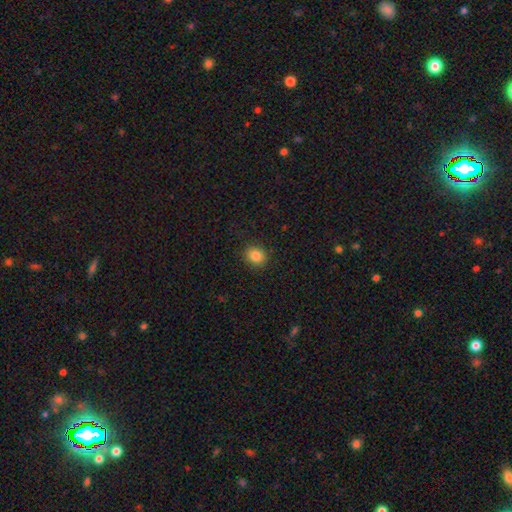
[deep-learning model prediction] smooth 84%, star or artifact 11%, featured or disk 5%. Down the decision tree: how rounded — round (78%); merging — none (89%).